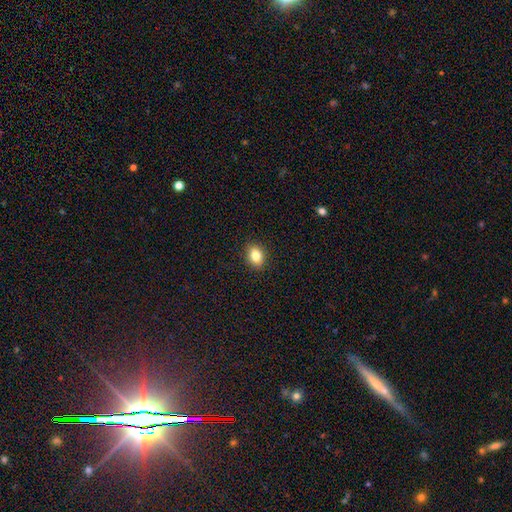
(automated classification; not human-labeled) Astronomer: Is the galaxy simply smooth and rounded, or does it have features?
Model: smooth — 83%.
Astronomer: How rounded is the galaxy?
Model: in between — 65%.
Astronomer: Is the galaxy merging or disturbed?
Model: none — 90%.